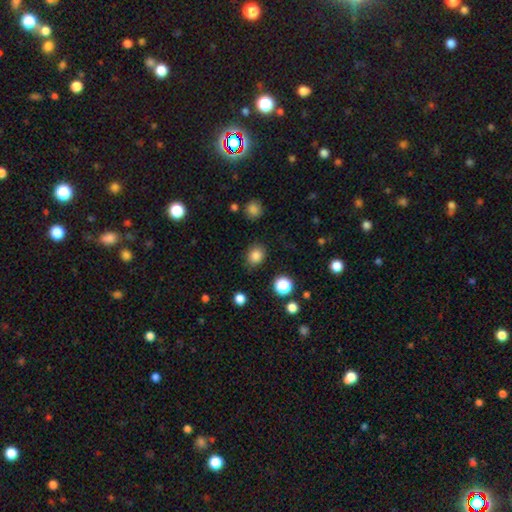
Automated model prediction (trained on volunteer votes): Morphology: type=smooth (83%); roundness=round (62%); merging=none (83%).